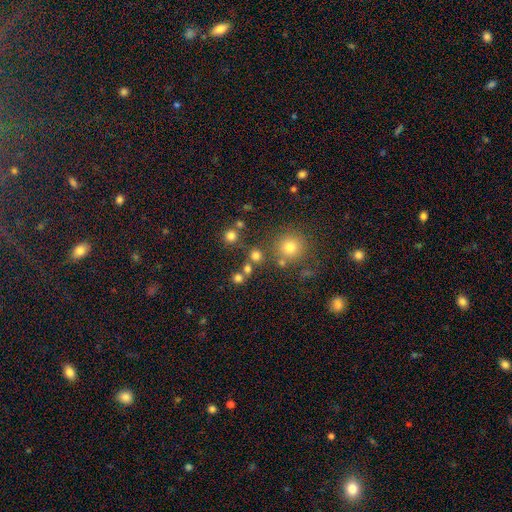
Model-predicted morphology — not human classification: A smooth galaxy with no disk features (73%) that is round (90%).

Vote fractions:
- Smooth or featured? smooth: 73% / star or artifact: 19% / featured or disk: 8%
- How rounded? round: 90% / in between: 8% / cigar-shaped: 1%
- Merging? none: 74% / merger: 15% / minor disturbance: 7% / major disturbance: 4%